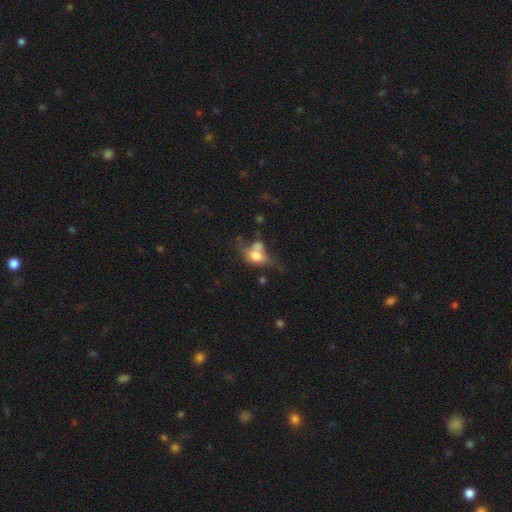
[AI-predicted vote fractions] smooth-or-featured: smooth: 58% | featured or disk: 31% | star or artifact: 11%
  how-rounded: in between: 71% | round: 24% | cigar-shaped: 5%
  merging: merger: 35% | none: 24% | major disturbance: 23% | minor disturbance: 17%